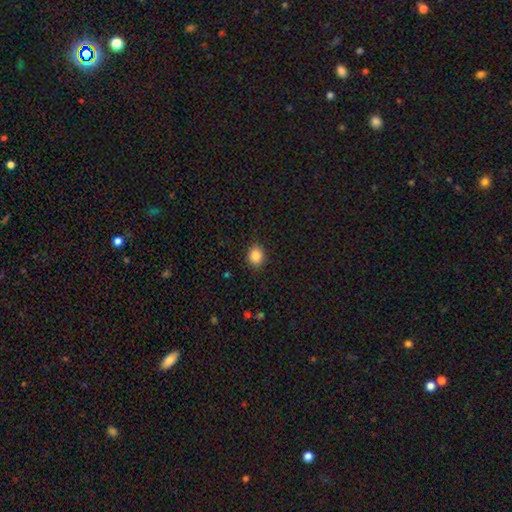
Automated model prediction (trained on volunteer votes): Smooth or featured?
  - smooth: 87% *
  - star or artifact: 9%
  - featured or disk: 4%
How rounded?
  - round: 62% *
  - in between: 37%
  - cigar-shaped: 1%
Merging?
  - none: 89% *
  - minor disturbance: 8%
  - major disturbance: 2%
  - merger: 1%